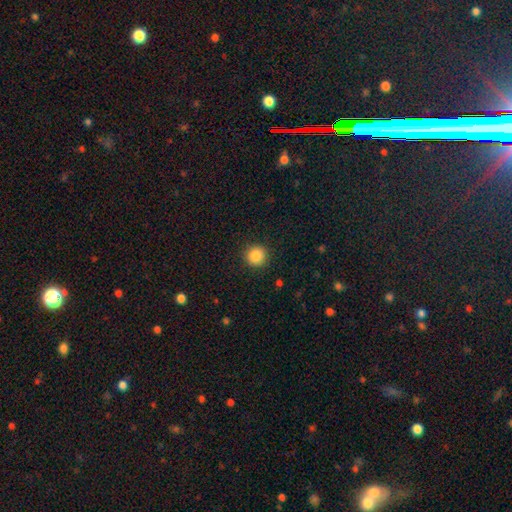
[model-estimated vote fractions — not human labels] Smooth or featured: smooth — 86% (star or artifact — 10%)
How rounded: round — 94% (in between — 5%)
Merging: none — 91% (minor disturbance — 6%)